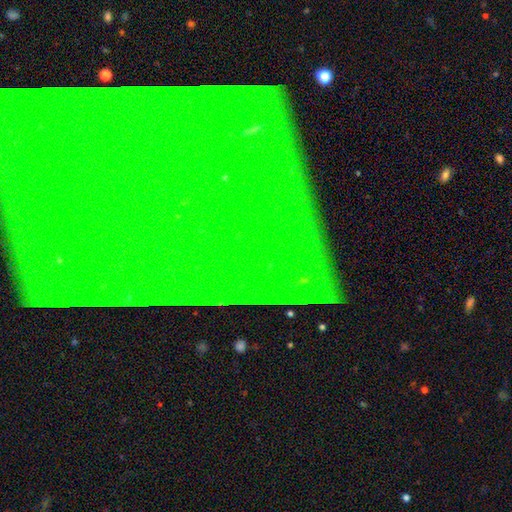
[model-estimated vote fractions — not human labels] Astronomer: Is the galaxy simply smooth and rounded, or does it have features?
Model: star or artifact — 86%.